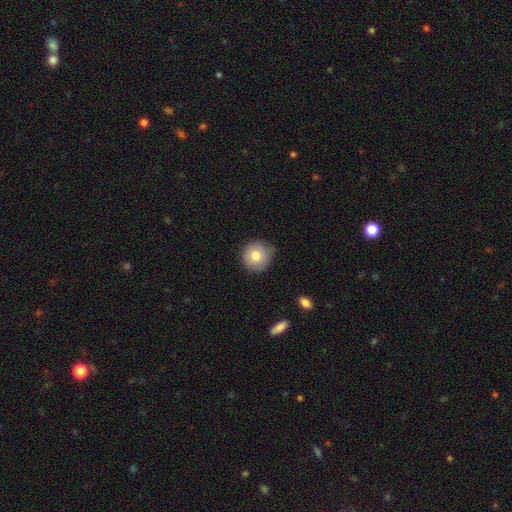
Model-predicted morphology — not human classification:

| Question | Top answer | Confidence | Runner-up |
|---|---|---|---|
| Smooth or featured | smooth | 81% | featured or disk (10%) |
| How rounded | round | 94% | in between (5%) |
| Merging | none | 79% | minor disturbance (17%) |